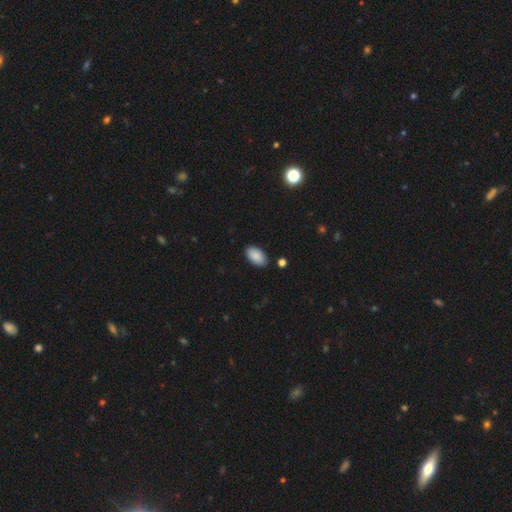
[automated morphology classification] This is clearly a smooth galaxy (89%). How rounded: clearly in between (95%). Merging: clearly none (87%).